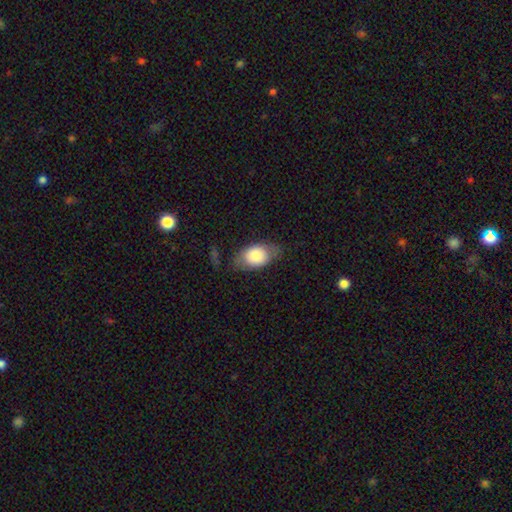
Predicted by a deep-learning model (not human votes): Smooth or featured? smooth (78%)
How rounded? in between (83%)
Merging? none (68%)